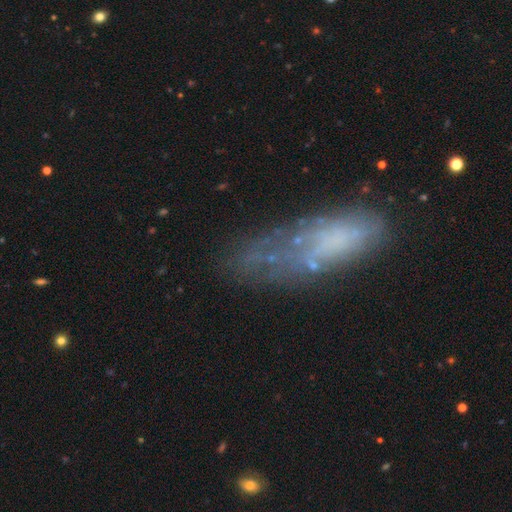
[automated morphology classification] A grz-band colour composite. It shows a featured or disk galaxy (43%). Merging: none (53%).